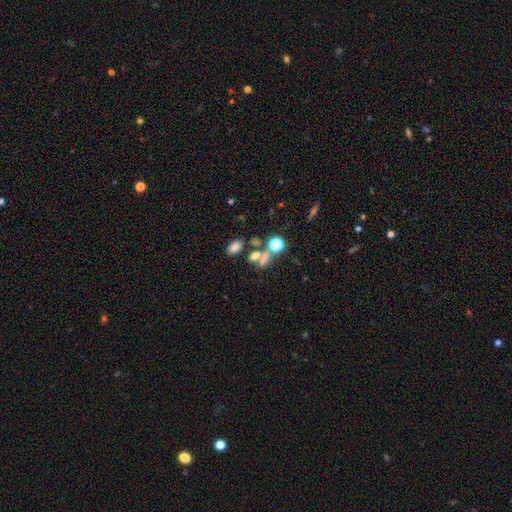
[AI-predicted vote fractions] A smooth galaxy with no disk features (61%) that is in between round and cigar-shaped (67%). Merging: none (47%).